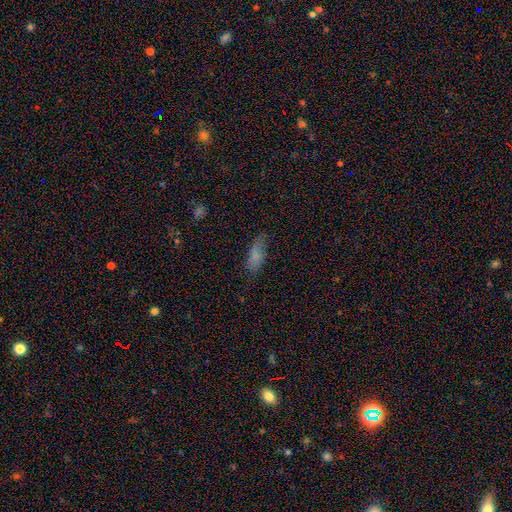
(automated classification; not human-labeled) Smooth or featured?
  - smooth: 78% *
  - featured or disk: 12%
  - star or artifact: 11%
How rounded?
  - in between: 73% *
  - cigar-shaped: 25%
  - round: 3%
Merging?
  - none: 70% *
  - minor disturbance: 22%
  - major disturbance: 6%
  - merger: 2%